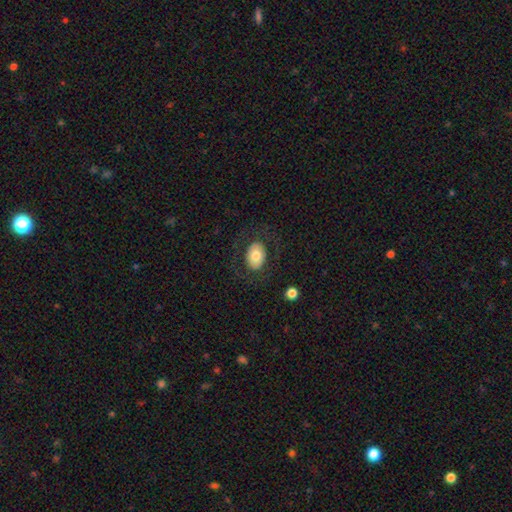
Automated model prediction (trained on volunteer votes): smooth_or_featured: smooth (p=0.72) [alt: featured or disk p=0.21]
how_rounded: in between (p=0.77) [alt: round p=0.22]
merging: none (p=0.80) [alt: minor disturbance p=0.11]